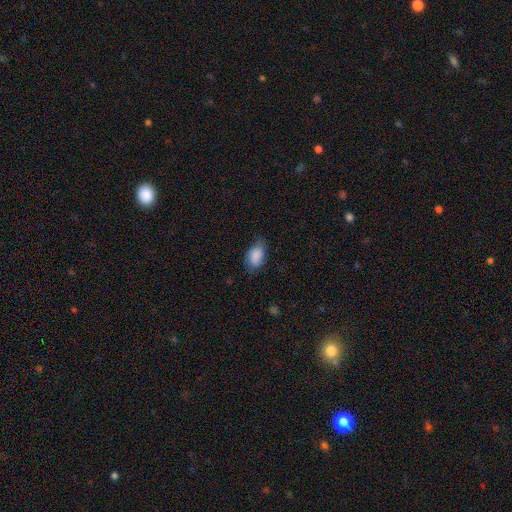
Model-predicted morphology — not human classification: Smooth or featured?
  - smooth: 87% *
  - star or artifact: 7%
  - featured or disk: 6%
How rounded?
  - in between: 90% *
  - round: 8%
  - cigar-shaped: 2%
Merging?
  - none: 67% *
  - minor disturbance: 25%
  - major disturbance: 6%
  - merger: 1%